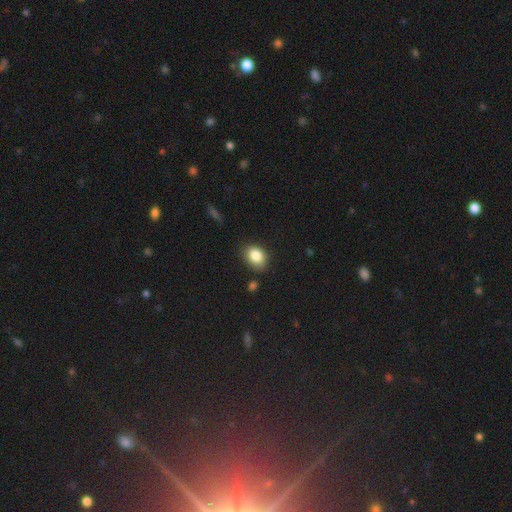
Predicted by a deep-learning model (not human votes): Overall: smooth (85%). How rounded: in between (63%; round 36%). Merging: none (76%).